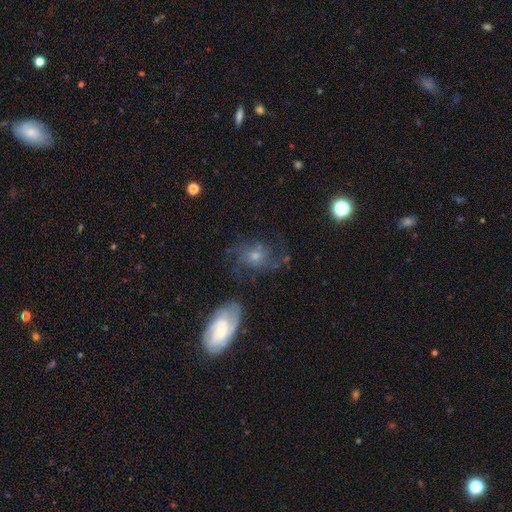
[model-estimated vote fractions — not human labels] A featured or disk galaxy (61%) with no bar (70%), can't tell (32%, tied with 2) medium (43%) spiral arms (87%) and a small central bulge (48%).

Vote fractions:
- Smooth or featured? featured or disk: 61% / smooth: 24% / star or artifact: 15%
- Edge-on disk? no: 95% / yes: 5%
- Bar? no: 70% / weak: 25% / strong: 5%
- Spiral arms? yes: 87% / no: 13%
- Spiral winding? medium: 43% / tight: 31% / loose: 25%
- Spiral arm count? can't tell: 32% (tied) / 2: 32% (tied) / 3: 20% / 4: 6% / 1: 6% / more than 4: 4%
- Bulge size? small: 48% / moderate: 41% / none: 5% / large: 5% / dominant: 2%
- Merging? none: 60% / minor disturbance: 19% / major disturbance: 16% / merger: 5%